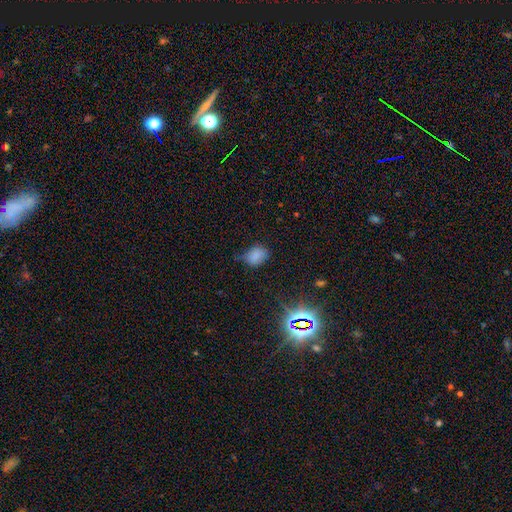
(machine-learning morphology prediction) smooth-or-featured: smooth: 75% | star or artifact: 17% | featured or disk: 8%
  how-rounded: in between: 71% | round: 28% | cigar-shaped: 1%
  merging: none: 50% | minor disturbance: 37% | major disturbance: 11% | merger: 2%